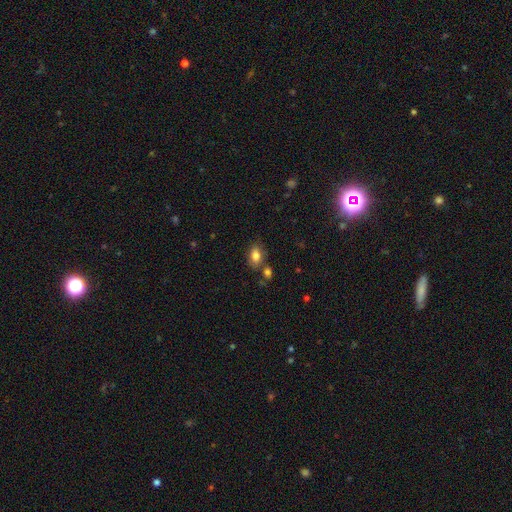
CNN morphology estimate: Smooth or featured?
  - smooth: 82% *
  - featured or disk: 9%
  - star or artifact: 9%
How rounded?
  - in between: 86% *
  - round: 12%
  - cigar-shaped: 2%
Merging?
  - none: 69% *
  - minor disturbance: 15%
  - merger: 12%
  - major disturbance: 4%